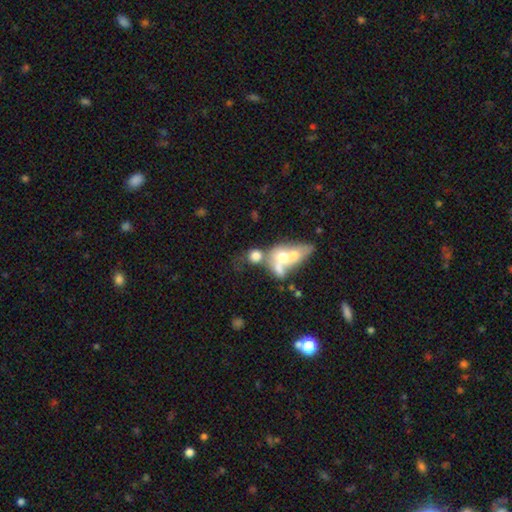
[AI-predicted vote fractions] The model was most divided on "how rounded": round: 50%, in between: 47%, cigar-shaped: 3%. More confident: merging — merger (66%); smooth or featured — smooth (56%).